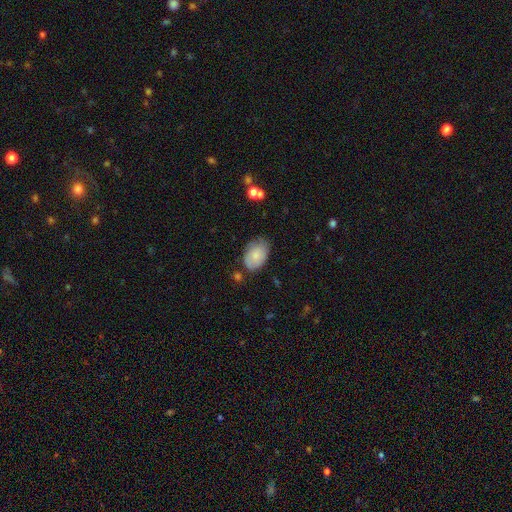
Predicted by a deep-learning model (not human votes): The model was most divided on "merging": none: 68%, minor disturbance: 24%, major disturbance: 5%, merger: 3%. More confident: how rounded — in between (90%); smooth or featured — smooth (77%).